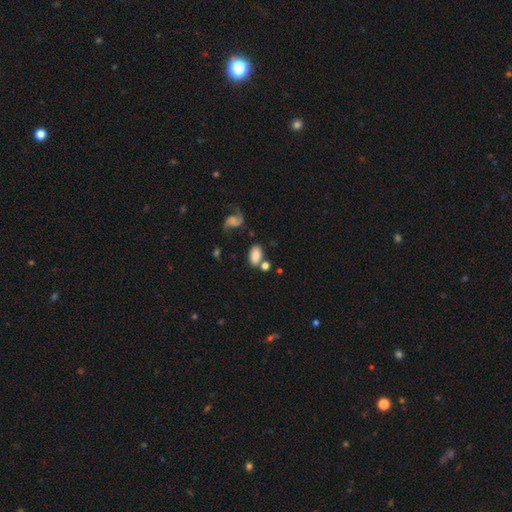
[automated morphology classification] type=smooth (78%); roundness=in between (89%); merging=none (61%).